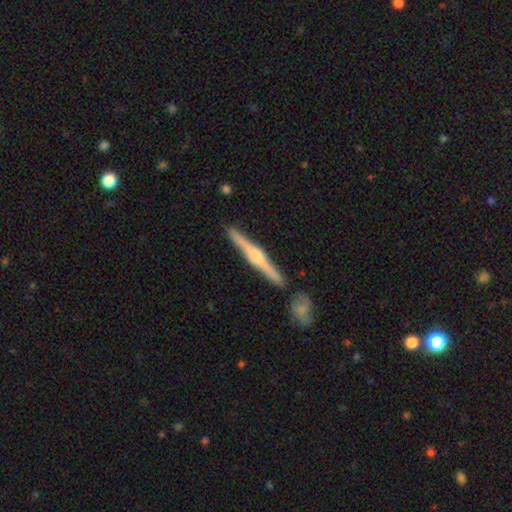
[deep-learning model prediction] featured or disk 74%, smooth 20%, star or artifact 6%. Down the decision tree: edge-on disk — yes (98%); edge-on bulge — rounded (79%); merging — none (83%).